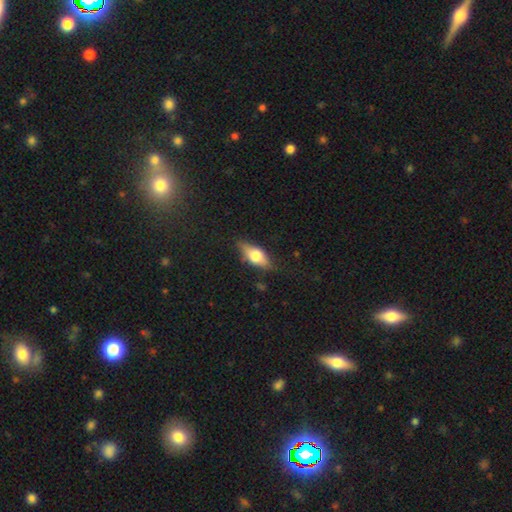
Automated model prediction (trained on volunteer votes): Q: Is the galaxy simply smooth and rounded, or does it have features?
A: smooth — 55%.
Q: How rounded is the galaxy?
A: in between — 75%.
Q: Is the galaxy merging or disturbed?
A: none — 77%.